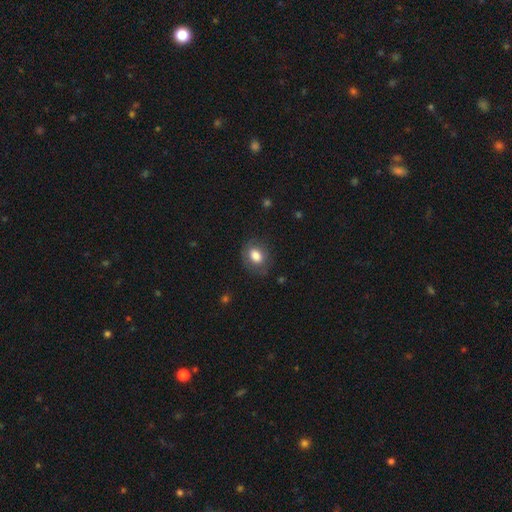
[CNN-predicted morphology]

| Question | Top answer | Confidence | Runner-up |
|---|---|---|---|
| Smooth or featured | smooth | 79% | featured or disk (13%) |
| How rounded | in between | 67% | round (32%) |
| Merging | none | 76% | minor disturbance (17%) |